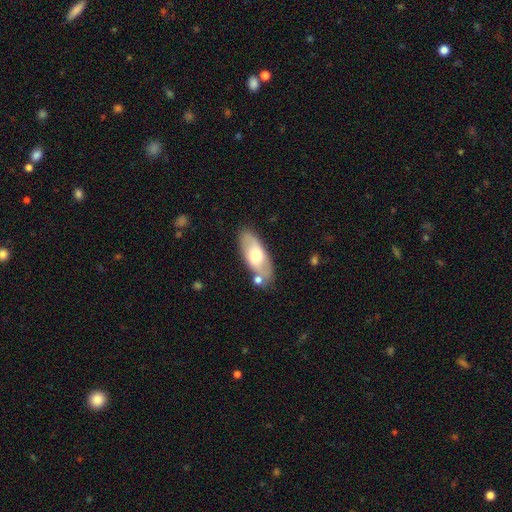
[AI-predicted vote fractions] Smooth or featured? Predicted: smooth (p=0.55). How rounded? Predicted: in between (p=0.82). Merging? Predicted: none (p=0.73).